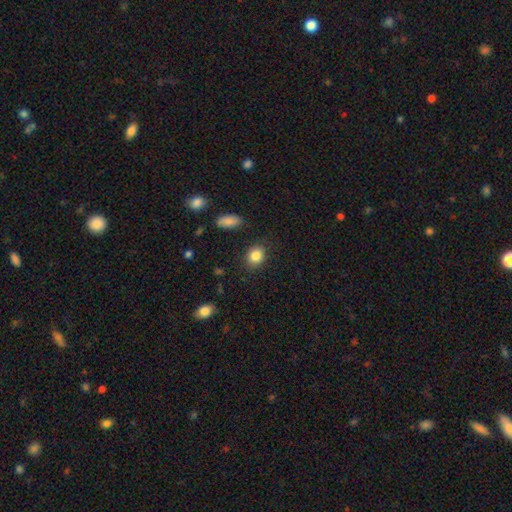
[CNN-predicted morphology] Smooth or featured?
  - smooth: 85% *
  - star or artifact: 9%
  - featured or disk: 6%
How rounded?
  - round: 58% *
  - in between: 41%
  - cigar-shaped: 1%
Merging?
  - none: 86% *
  - minor disturbance: 9%
  - major disturbance: 3%
  - merger: 2%